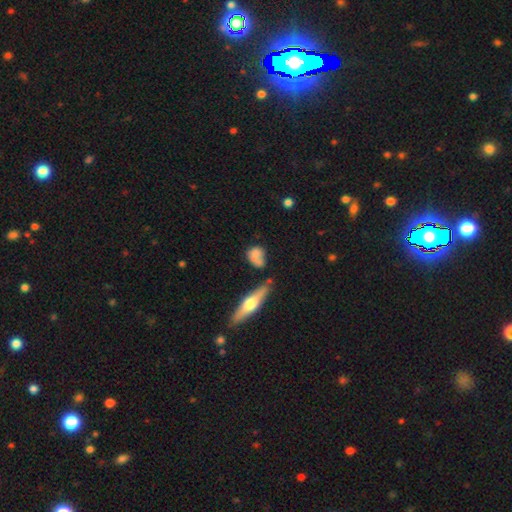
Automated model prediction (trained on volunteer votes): Smooth or featured? Predicted: smooth (p=0.67). How rounded? Predicted: in between (p=0.53). Merging? Predicted: none (p=0.42).